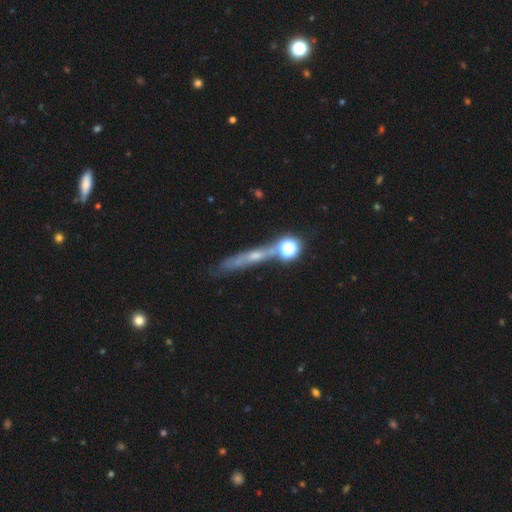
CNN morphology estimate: A featured or disk galaxy (50%). Merging: none (67%).